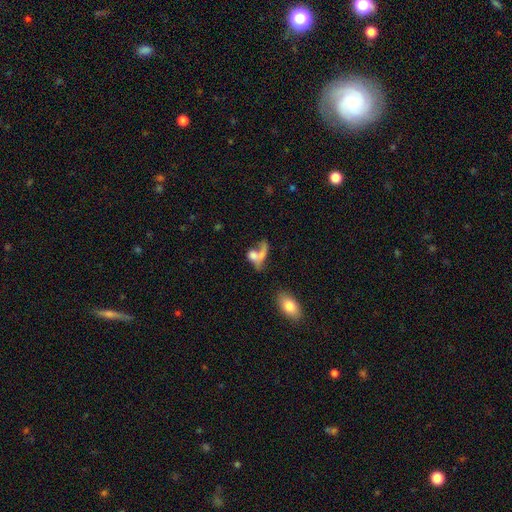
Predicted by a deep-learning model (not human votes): Smooth or featured: smooth — 59% (featured or disk — 29%)
How rounded: in between — 63% (round — 23%)
Merging: merger — 47% (none — 23%)